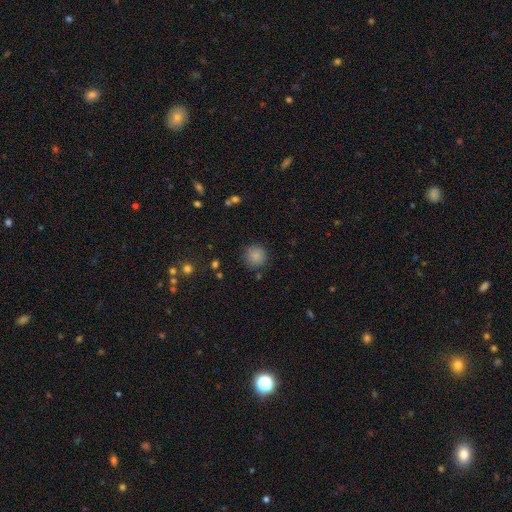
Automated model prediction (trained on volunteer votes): Overall: smooth (84%). How rounded: round (93%). Merging: none (86%).